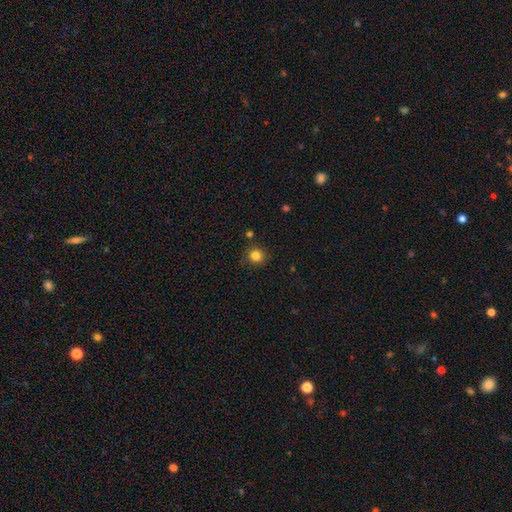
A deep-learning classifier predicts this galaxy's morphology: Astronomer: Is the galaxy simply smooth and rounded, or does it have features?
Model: smooth — 83%.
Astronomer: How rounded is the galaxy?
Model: round — 92%.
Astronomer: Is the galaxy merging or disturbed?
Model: none — 87%.